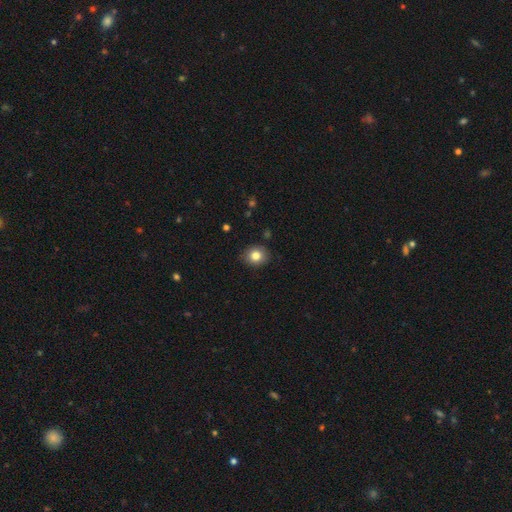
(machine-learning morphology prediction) smooth 81%, star or artifact 10%, featured or disk 9%. Down the decision tree: how rounded — round (68%); merging — none (85%).